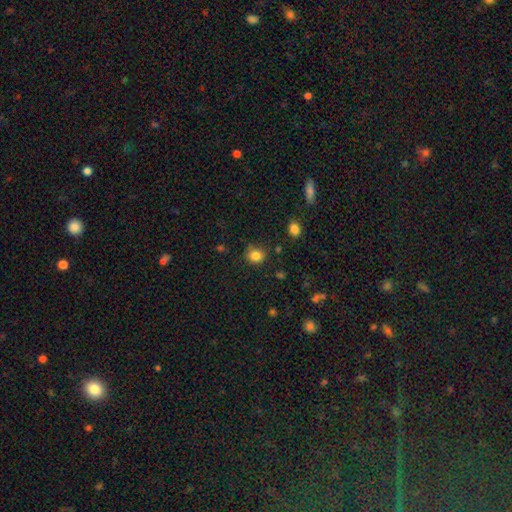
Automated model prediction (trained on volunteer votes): Smooth or featured: smooth — 83% (star or artifact — 12%)
How rounded: round — 79% (in between — 20%)
Merging: none — 78% (minor disturbance — 16%)